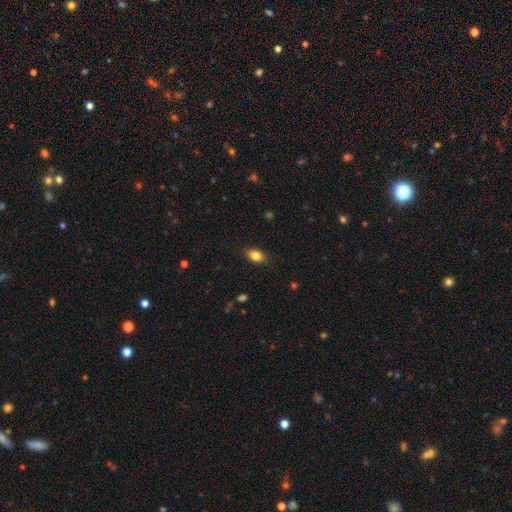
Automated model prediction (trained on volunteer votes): The model was most divided on "how rounded": in between: 82%, round: 15%, cigar-shaped: 3%. More confident: merging — none (85%); smooth or featured — smooth (82%).